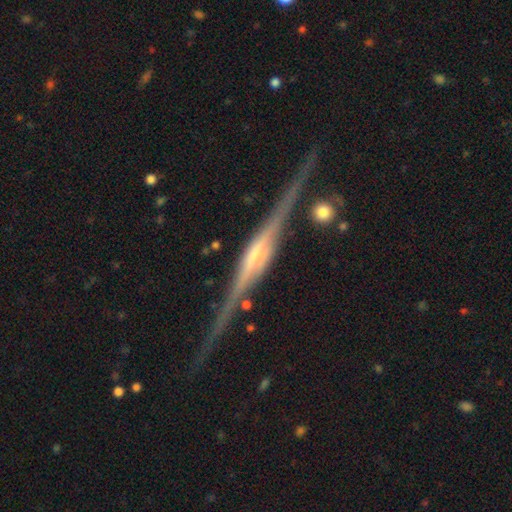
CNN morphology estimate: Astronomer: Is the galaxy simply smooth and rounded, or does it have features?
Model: featured or disk — 88%.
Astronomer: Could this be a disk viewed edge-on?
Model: yes — 98%.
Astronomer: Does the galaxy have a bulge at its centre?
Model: rounded — 64%.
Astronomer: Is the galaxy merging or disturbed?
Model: none — 82%.